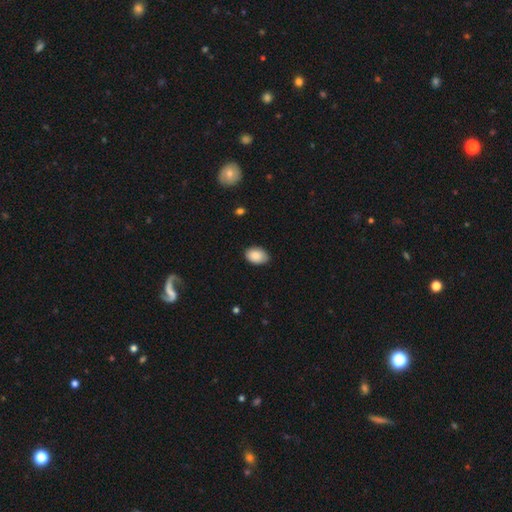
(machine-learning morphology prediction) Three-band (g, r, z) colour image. It shows a smooth galaxy with no disk features (89%) that is in between round and cigar-shaped (85%). Merging: none (82%).